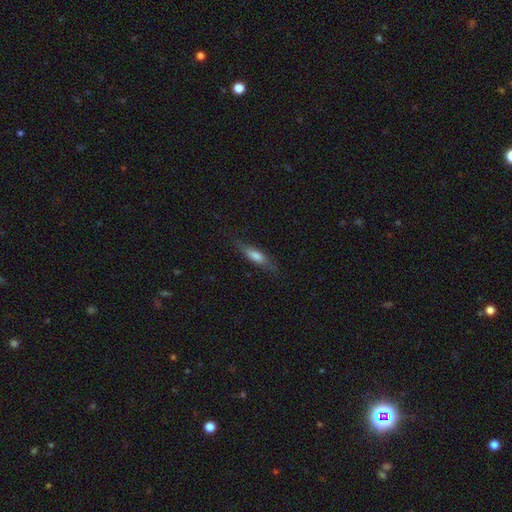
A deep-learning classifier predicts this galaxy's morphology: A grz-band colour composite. It shows a smooth galaxy with no disk features (51%) that is cigar-shaped (72%). Merging: none (76%).